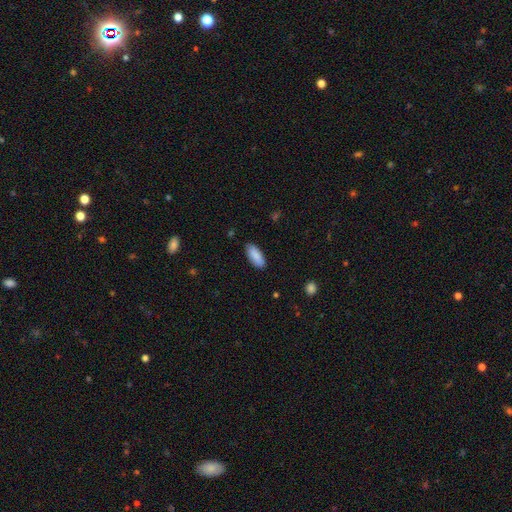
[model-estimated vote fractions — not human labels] Morphology: type=smooth (89%); roundness=in between (83%); merging=none (87%).